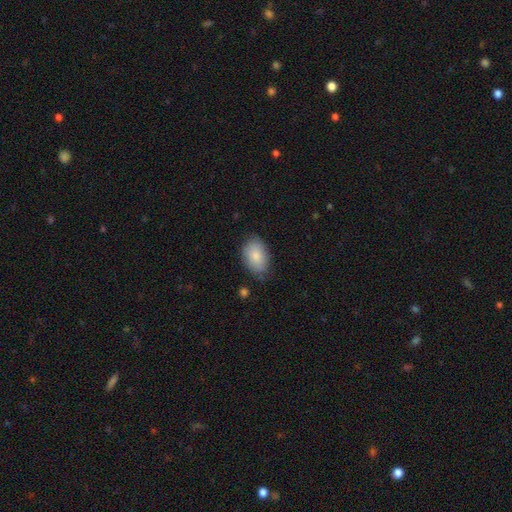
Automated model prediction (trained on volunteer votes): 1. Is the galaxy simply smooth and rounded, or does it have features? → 82% smooth, 11% featured or disk, 6% star or artifact.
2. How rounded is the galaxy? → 88% in between, 11% round, 1% cigar-shaped.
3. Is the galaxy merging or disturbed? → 73% none, 21% minor disturbance, 4% major disturbance, 2% merger.